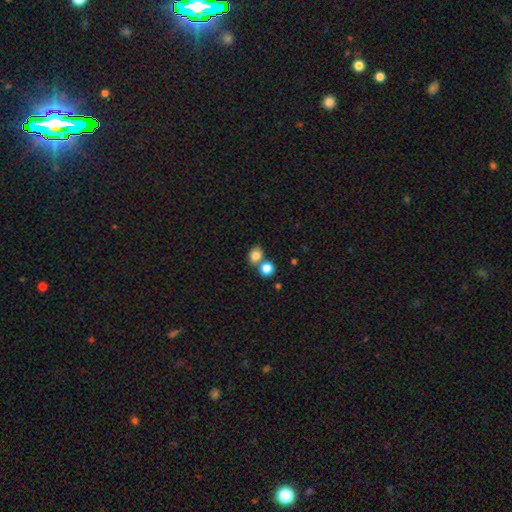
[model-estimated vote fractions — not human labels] smooth-or-featured: smooth: 82% | star or artifact: 12% | featured or disk: 7%
  how-rounded: round: 56% | in between: 43% | cigar-shaped: 1%
  merging: none: 58% | merger: 29% | minor disturbance: 10% | major disturbance: 3%